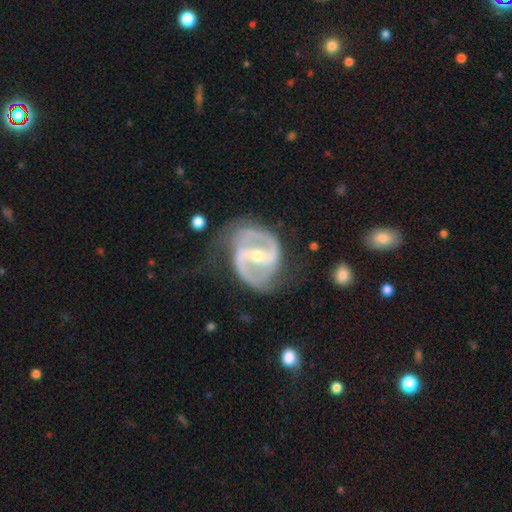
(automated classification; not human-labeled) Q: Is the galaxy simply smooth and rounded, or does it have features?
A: featured or disk — 91%.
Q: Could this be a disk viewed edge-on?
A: no — 97%.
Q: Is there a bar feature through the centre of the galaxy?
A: strong — 68%.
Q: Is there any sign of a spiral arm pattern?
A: yes — 95%.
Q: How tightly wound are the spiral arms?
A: medium — 53%.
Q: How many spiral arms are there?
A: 2 — 91%.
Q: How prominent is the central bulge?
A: small — 58%.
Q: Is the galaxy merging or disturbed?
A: none — 63%.